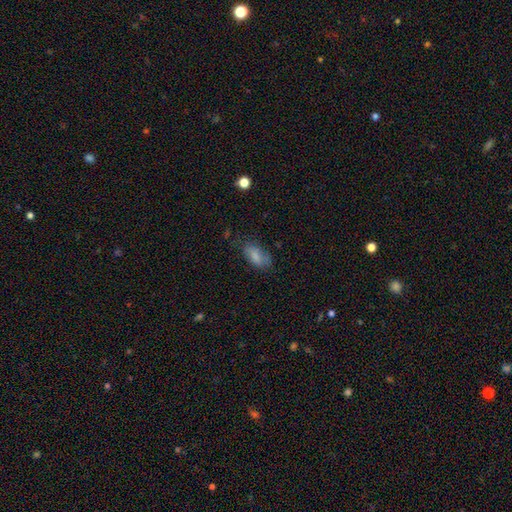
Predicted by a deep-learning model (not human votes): Smooth or featured? Predicted: smooth (p=0.79). How rounded? Predicted: in between (p=0.91). Merging? Predicted: none (p=0.63).